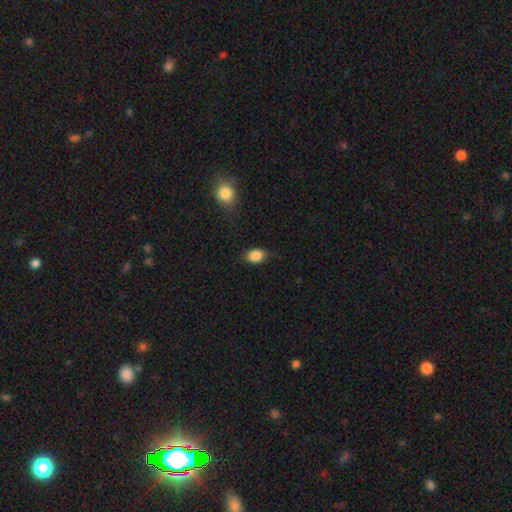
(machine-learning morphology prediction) Q: Smooth or featured?
A: smooth (86%); runner-up: star or artifact (8%)
Q: How rounded?
A: in between (72%); runner-up: round (26%)
Q: Merging?
A: none (78%); runner-up: minor disturbance (17%)